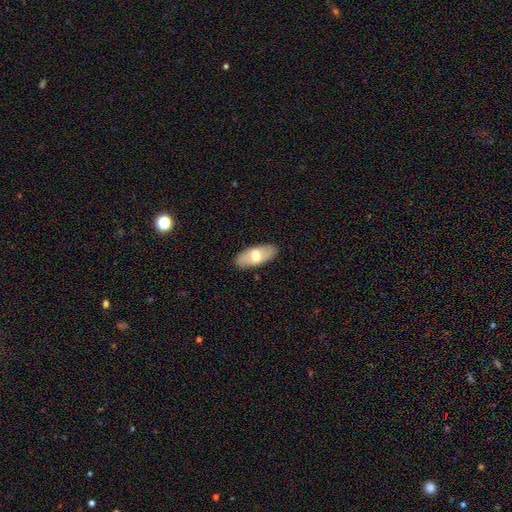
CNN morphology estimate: Smooth or featured? smooth (60%)
How rounded? in between (87%)
Merging? none (88%)